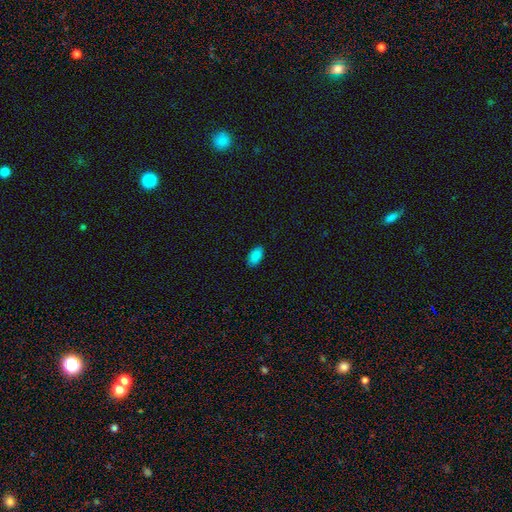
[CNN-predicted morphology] A smooth galaxy with no disk features (89%) that is in between round and cigar-shaped (95%). Merging: none (88%).